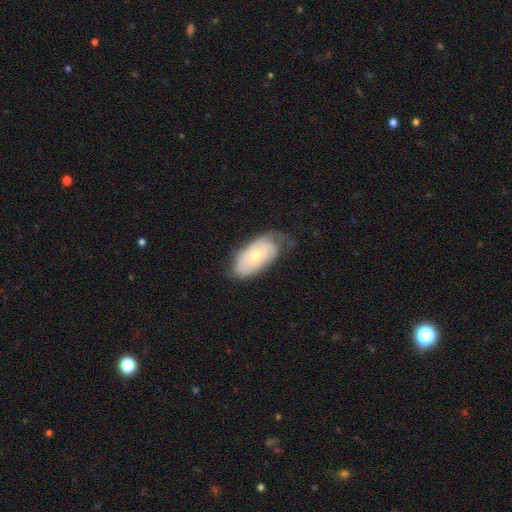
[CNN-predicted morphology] smooth_or_featured: featured or disk (p=0.64) [alt: smooth p=0.31]
disk_edge_on: no (p=0.92) [alt: yes p=0.08]
bar: no (p=0.79) [alt: weak p=0.18]
has_spiral_arms: yes (p=0.83) [alt: no p=0.17]
bulge_size: small (p=0.54) [alt: moderate p=0.42]
merging: none (p=0.52) [alt: minor disturbance p=0.30]